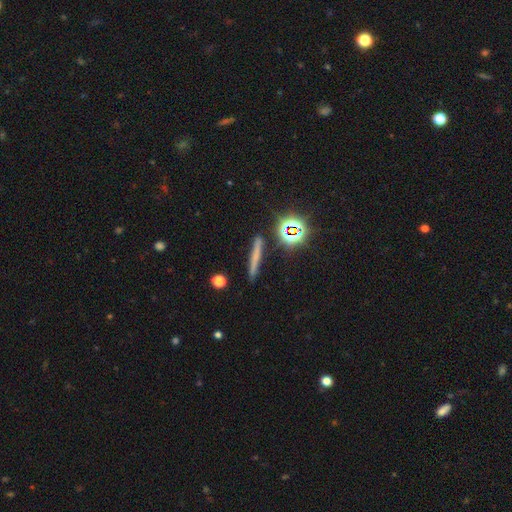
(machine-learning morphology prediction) smooth-or-featured: smooth: 53% | featured or disk: 26% | star or artifact: 21%
  how-rounded: cigar-shaped: 89% | round: 6% | in between: 5%
  merging: none: 87% | minor disturbance: 8% | merger: 3% | major disturbance: 2%